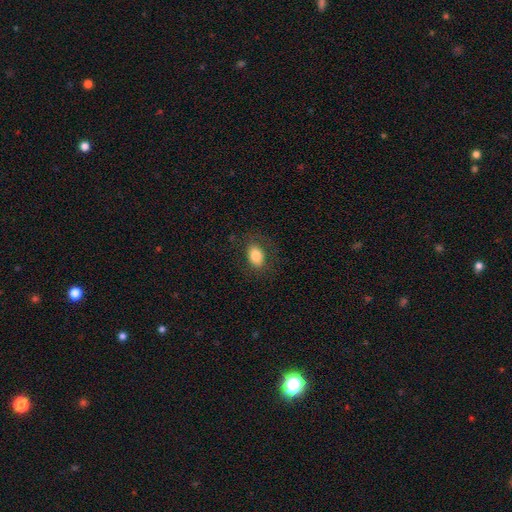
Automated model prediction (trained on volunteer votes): Smooth or featured? smooth (80%)
How rounded? in between (81%)
Merging? none (79%)